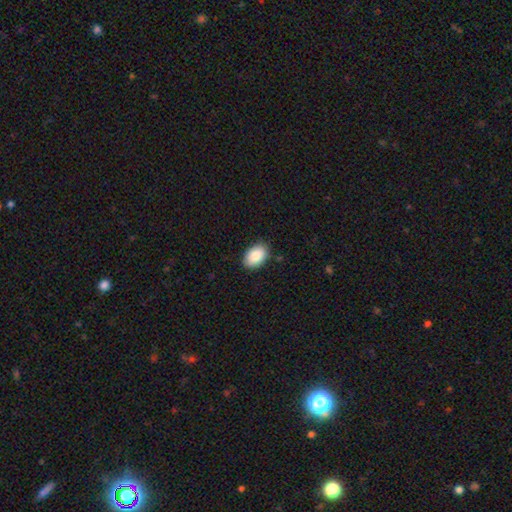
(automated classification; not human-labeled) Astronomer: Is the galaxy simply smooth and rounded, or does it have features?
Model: smooth — 88%.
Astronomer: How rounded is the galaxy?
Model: in between — 90%.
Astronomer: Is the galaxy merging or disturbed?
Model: none — 86%.